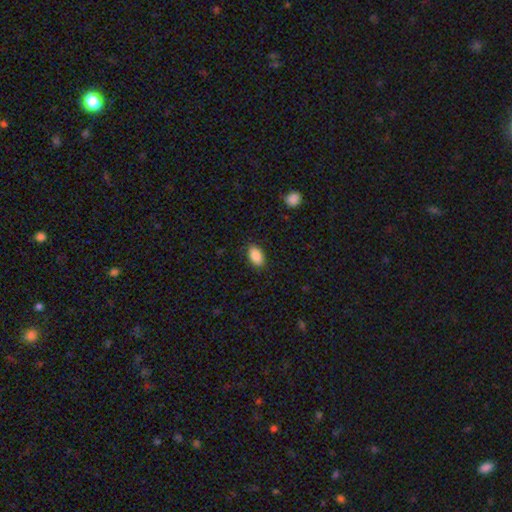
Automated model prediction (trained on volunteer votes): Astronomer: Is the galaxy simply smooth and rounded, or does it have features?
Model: smooth — 89%.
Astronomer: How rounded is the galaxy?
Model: in between — 93%.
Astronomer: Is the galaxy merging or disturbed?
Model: none — 87%.